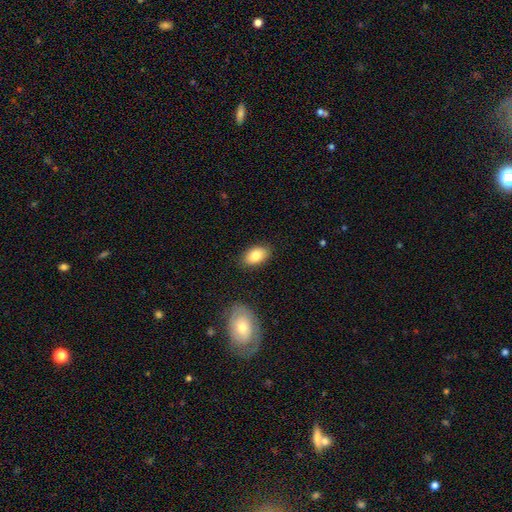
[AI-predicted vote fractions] This is clearly a smooth galaxy (82%). How rounded: clearly in between (91%). Merging: clearly none (86%).